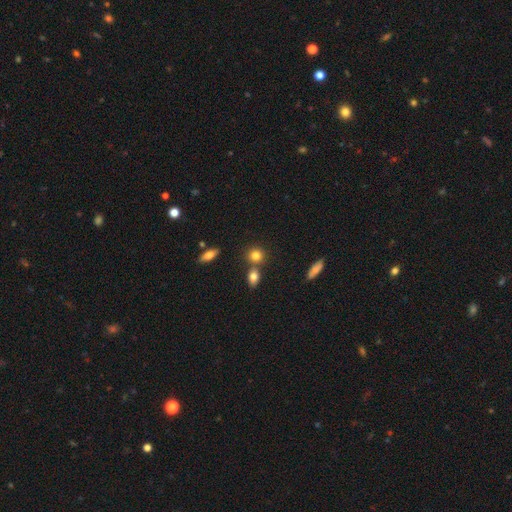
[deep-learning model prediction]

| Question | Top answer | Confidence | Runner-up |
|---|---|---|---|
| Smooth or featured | smooth | 80% | star or artifact (11%) |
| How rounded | round | 77% | in between (21%) |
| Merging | none | 65% | merger (22%) |